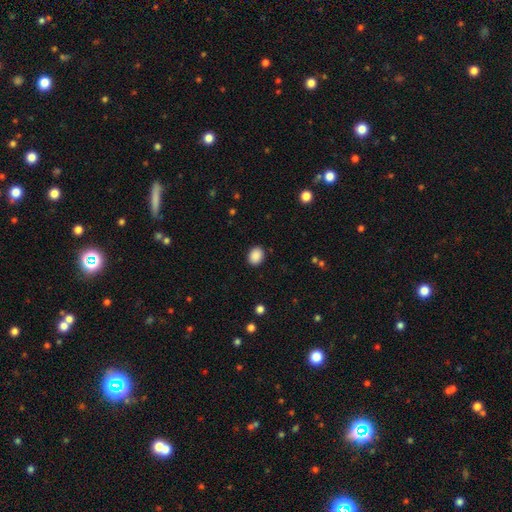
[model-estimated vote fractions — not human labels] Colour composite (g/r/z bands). It shows a smooth galaxy with no disk features (89%) that is in between round and cigar-shaped (57%). Merging: none (90%).